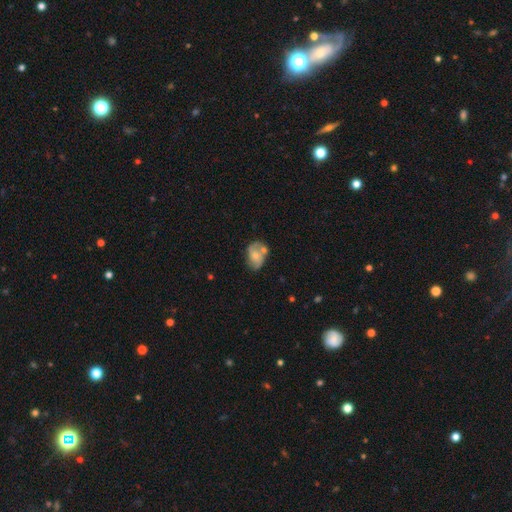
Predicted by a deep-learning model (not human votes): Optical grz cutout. It shows a featured or disk galaxy (46%, tied with smooth). Merging: none (42%).